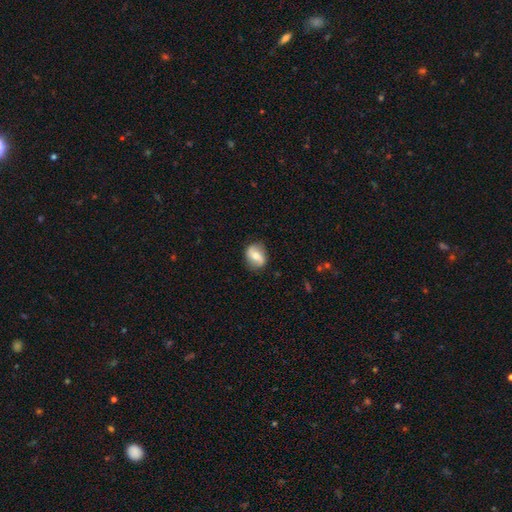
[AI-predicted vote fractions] Smooth or featured? featured or disk (47%)
Merging? none (83%)